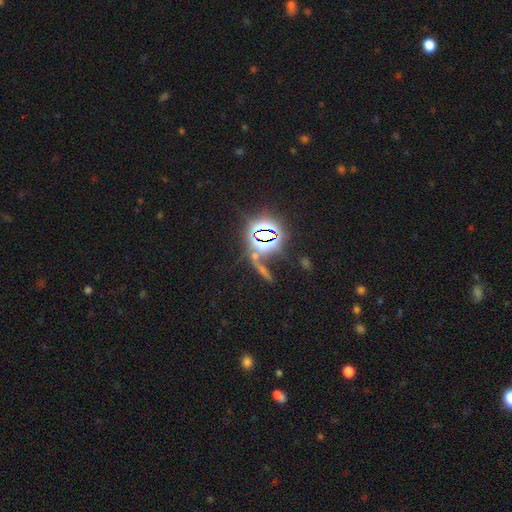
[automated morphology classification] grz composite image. It shows a star or artifact, not a galaxy (73%).